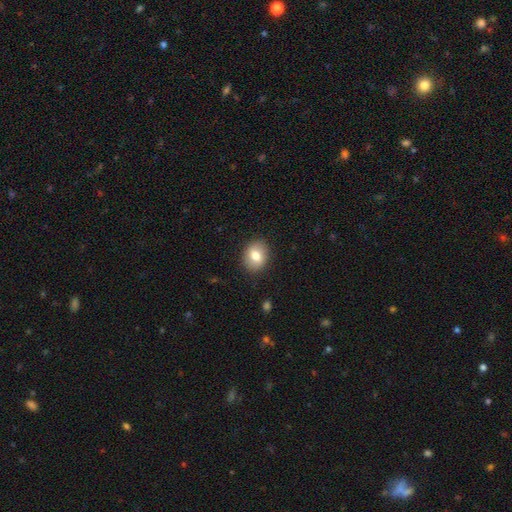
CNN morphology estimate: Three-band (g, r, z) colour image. It shows a smooth galaxy with no disk features (77%) that is round (50%). Merging: none (88%).